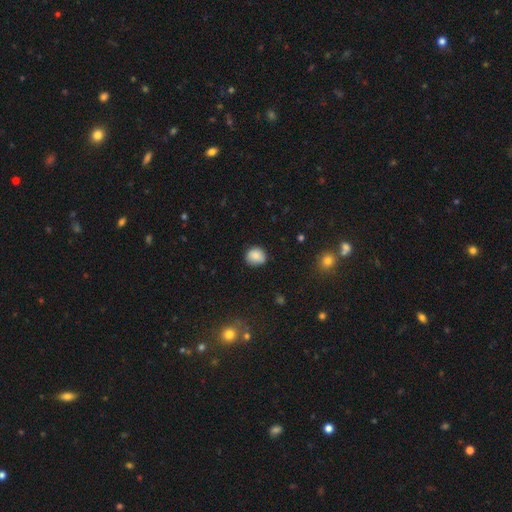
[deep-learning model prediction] Q: Smooth or featured?
A: smooth (84%); runner-up: star or artifact (9%)
Q: How rounded?
A: round (79%); runner-up: in between (20%)
Q: Merging?
A: none (82%); runner-up: minor disturbance (14%)